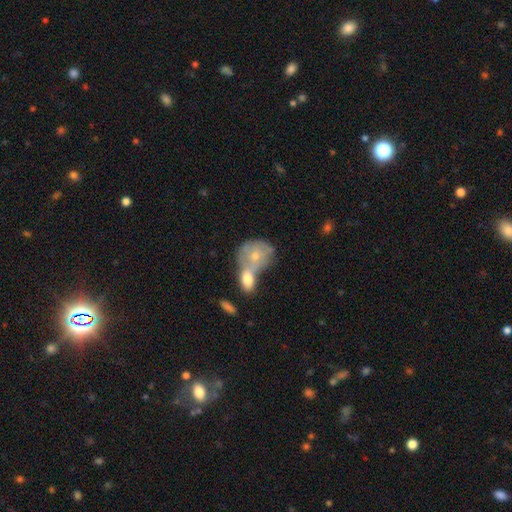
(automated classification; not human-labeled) smooth 58%, featured or disk 35%, star or artifact 7%. Down the decision tree: how rounded — round (59%); merging — merger (64%).